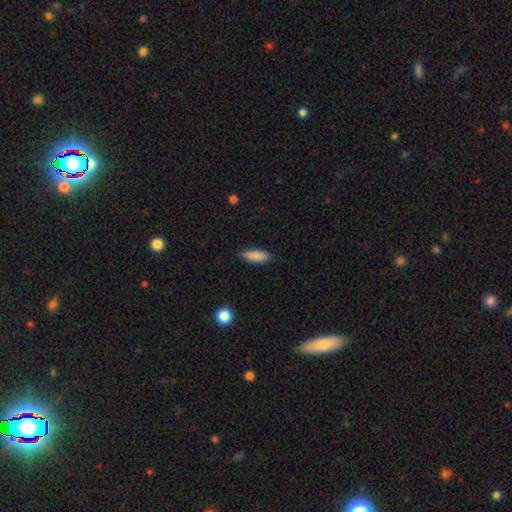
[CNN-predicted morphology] A smooth galaxy with no disk features (88%) that is in between round and cigar-shaped (70%). Merging: none (88%).